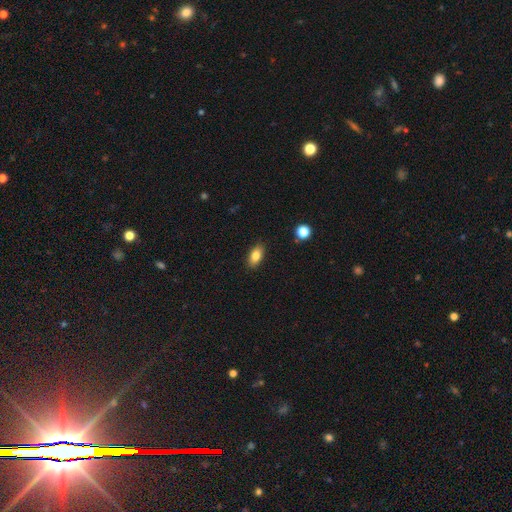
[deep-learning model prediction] This is clearly a smooth galaxy (83%). How rounded: clearly in between (89%). Merging: clearly none (88%).